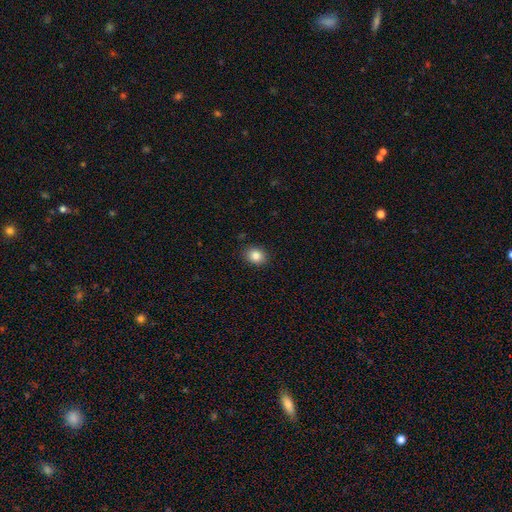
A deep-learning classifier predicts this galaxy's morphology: type=smooth (84%); roundness=round (56%); merging=none (89%).